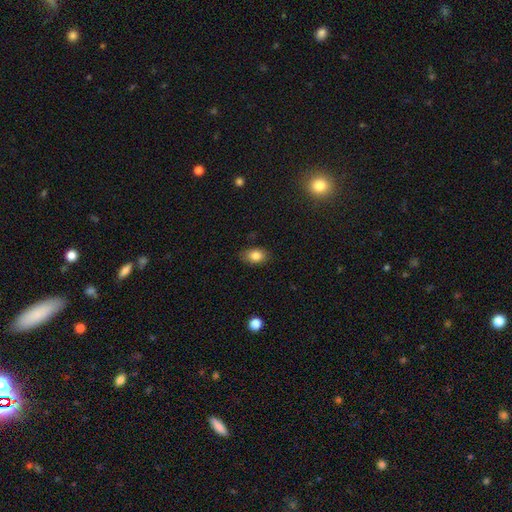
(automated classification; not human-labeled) Smooth or featured? smooth (83%)
How rounded? in between (80%)
Merging? none (83%)